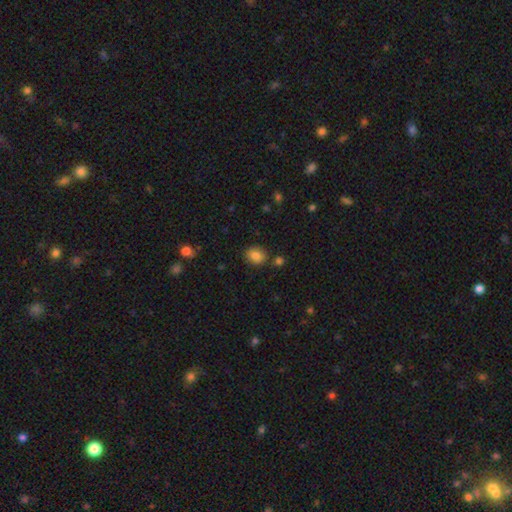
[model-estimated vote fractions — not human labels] Smooth or featured: smooth — 85% (star or artifact — 10%)
How rounded: round — 56% (in between — 44%)
Merging: none — 81% (minor disturbance — 11%)